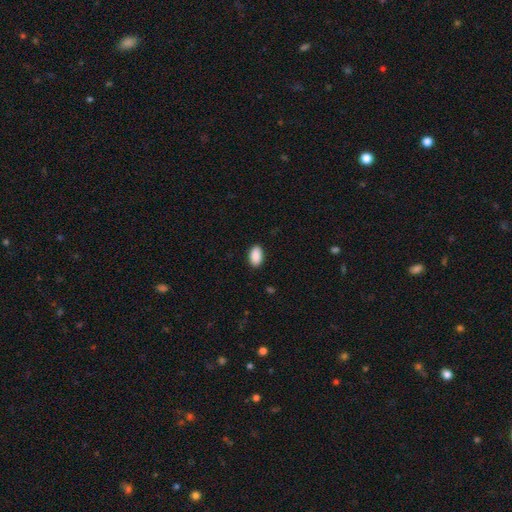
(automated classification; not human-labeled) Smooth or featured: smooth — 91% (star or artifact — 7%)
How rounded: in between — 93% (round — 5%)
Merging: none — 89% (minor disturbance — 8%)